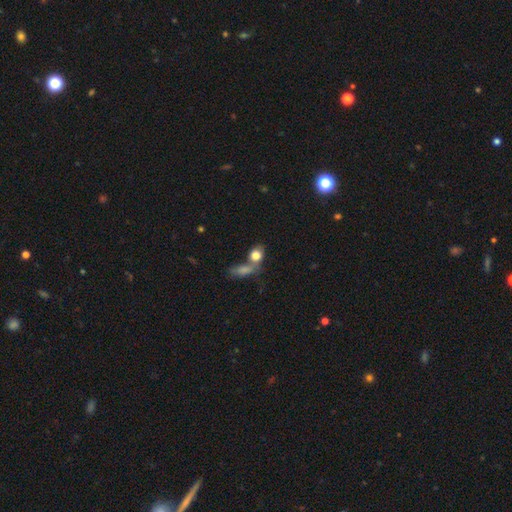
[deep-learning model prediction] Overall: smooth (79%). How rounded: in between (49%; round 47%). Merging: merger (48%; none 34%).